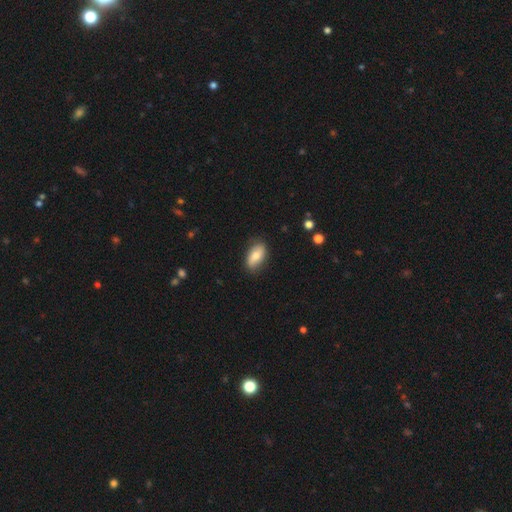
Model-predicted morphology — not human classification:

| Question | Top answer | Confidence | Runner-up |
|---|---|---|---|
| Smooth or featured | smooth | 75% | featured or disk (19%) |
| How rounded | in between | 91% | cigar-shaped (4%) |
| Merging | none | 81% | minor disturbance (15%) |